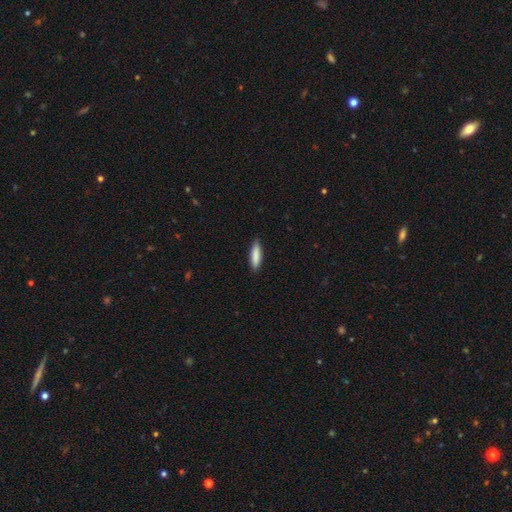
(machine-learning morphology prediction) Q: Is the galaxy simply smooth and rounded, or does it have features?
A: smooth — 86%.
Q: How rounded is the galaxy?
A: cigar-shaped — 69%.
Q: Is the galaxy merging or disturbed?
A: none — 88%.